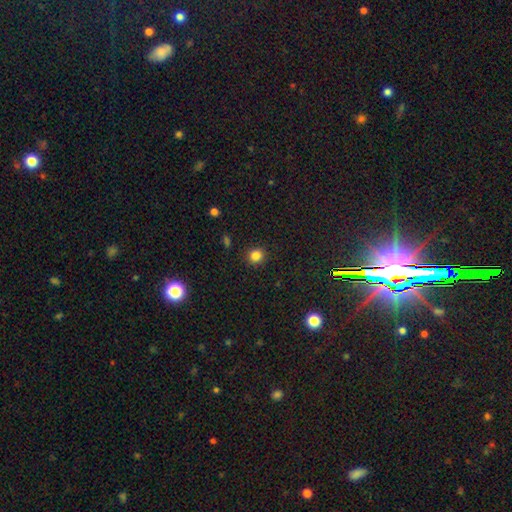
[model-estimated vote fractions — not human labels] Morphology: type=smooth (83%); roundness=round (87%); merging=none (90%).